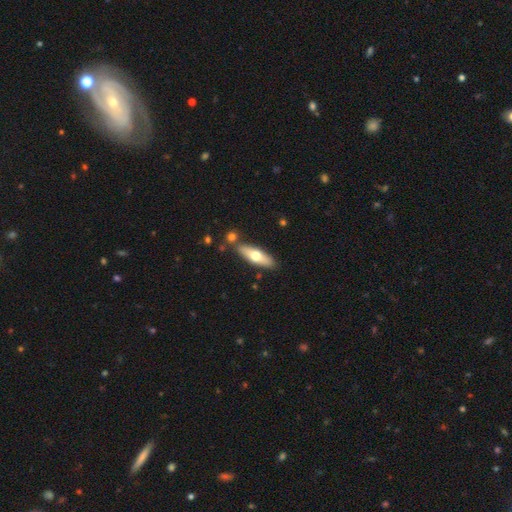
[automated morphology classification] type=smooth (58%); roundness=in between (49%, tied with cigar-shaped); merging=none (81%).